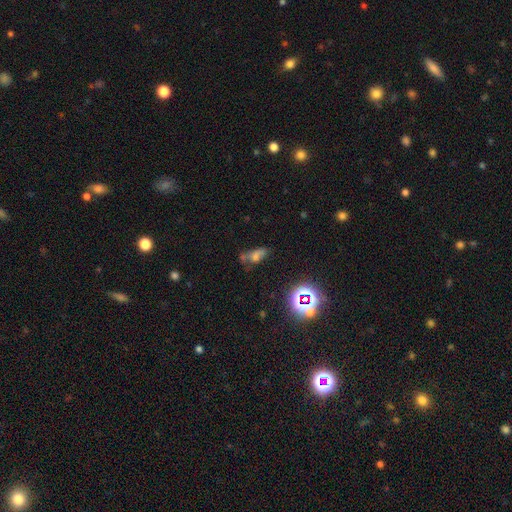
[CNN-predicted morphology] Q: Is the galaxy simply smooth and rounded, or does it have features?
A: smooth — 47%.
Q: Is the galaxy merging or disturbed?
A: none — 39%.